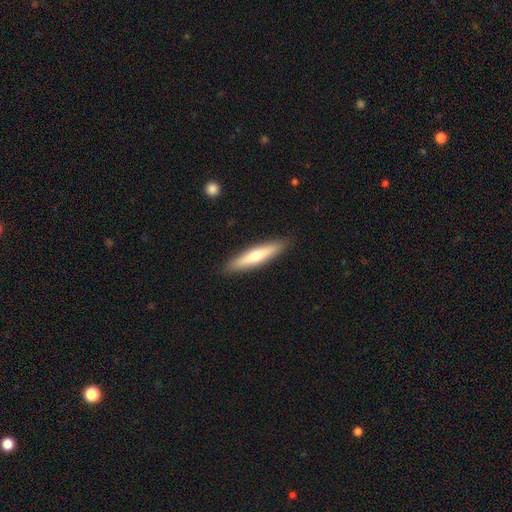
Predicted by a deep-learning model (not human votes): smooth-or-featured: smooth: 55% | featured or disk: 40% | star or artifact: 5%
  how-rounded: cigar-shaped: 86% | in between: 13% | round: 1%
  merging: none: 90% | minor disturbance: 7% | major disturbance: 2% | merger: 1%